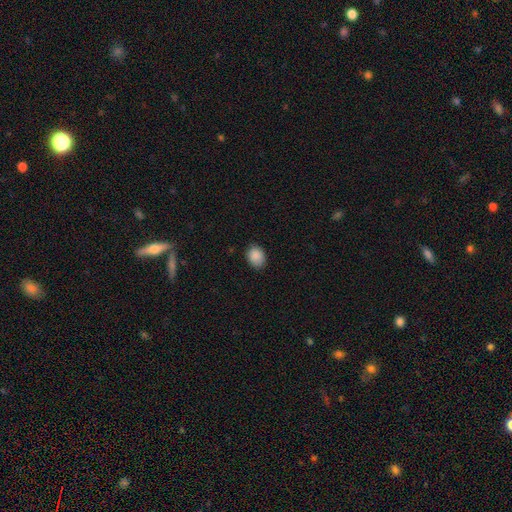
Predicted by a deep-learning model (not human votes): Morphology: type=smooth (89%); roundness=in between (58%); merging=none (83%).